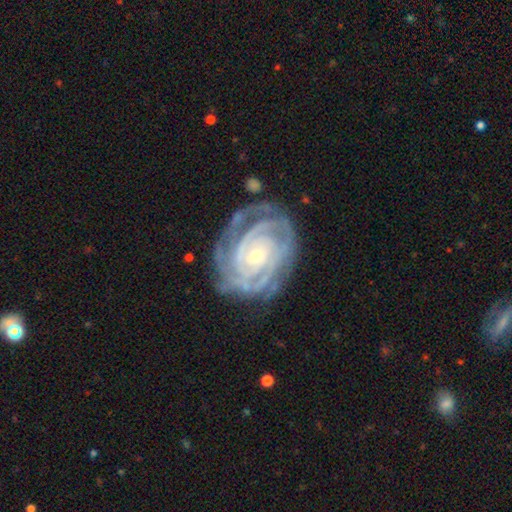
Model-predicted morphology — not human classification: Smooth or featured?
  - featured or disk: 90% *
  - star or artifact: 5%
  - smooth: 5%
Edge-on disk?
  - no: 97% *
  - yes: 3%
Bar?
  - no: 67% *
  - weak: 23%
  - strong: 10%
Spiral arms?
  - yes: 97% *
  - no: 3%
Spiral winding?
  - tight: 79% *
  - medium: 18%
  - loose: 3%
Spiral arm count?
  - 3: 27% *
  - can't tell: 21%
  - 4: 20%
  - 2: 18%
  - more than 4: 7%
  - 1: 6%
Bulge size?
  - small: 74% *
  - moderate: 22%
  - large: 1%
  - none: 1%
  - dominant: 1%
Merging?
  - none: 68% *
  - minor disturbance: 21%
  - major disturbance: 9%
  - merger: 2%